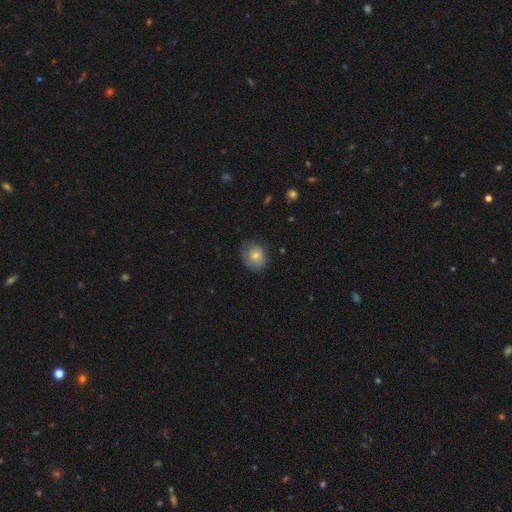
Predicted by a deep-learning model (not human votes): A smooth galaxy with no disk features (68%) that is round (66%).

Vote fractions:
- Smooth or featured? smooth: 68% / featured or disk: 24% / star or artifact: 8%
- How rounded? round: 66% / in between: 33% / cigar-shaped: 1%
- Merging? none: 67% / minor disturbance: 24% / major disturbance: 8% / merger: 1%